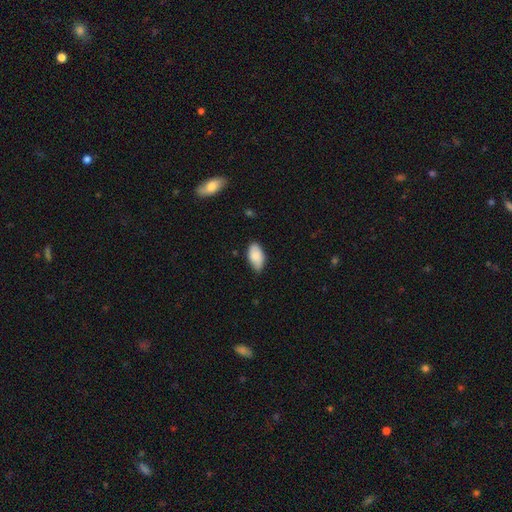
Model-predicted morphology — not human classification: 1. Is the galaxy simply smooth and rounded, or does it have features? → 85% smooth, 9% featured or disk, 6% star or artifact.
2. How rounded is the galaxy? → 94% in between, 3% cigar-shaped, 3% round.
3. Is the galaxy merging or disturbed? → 74% none, 22% minor disturbance, 3% major disturbance, 1% merger.